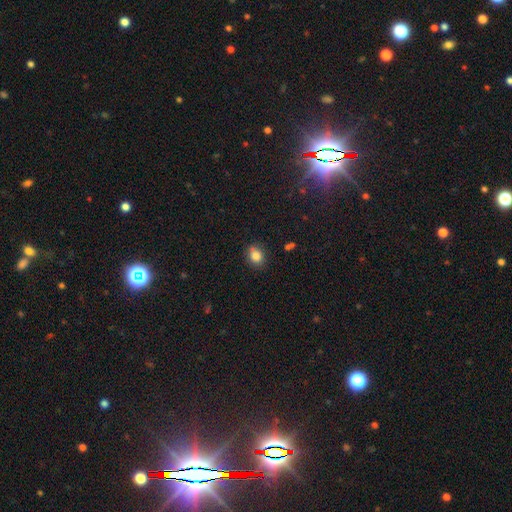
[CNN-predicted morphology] The model was most divided on "how rounded": round: 54%, in between: 45%, cigar-shaped: 1%. More confident: smooth or featured — smooth (84%); merging — none (77%).